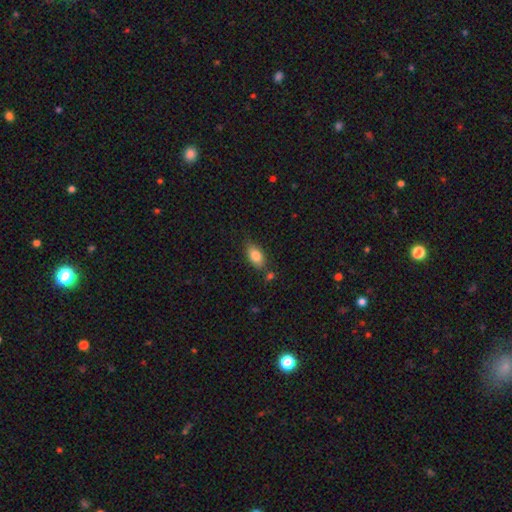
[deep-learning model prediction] This is clearly a smooth galaxy (82%). How rounded: clearly in between (89%). Merging: likely none (73%).